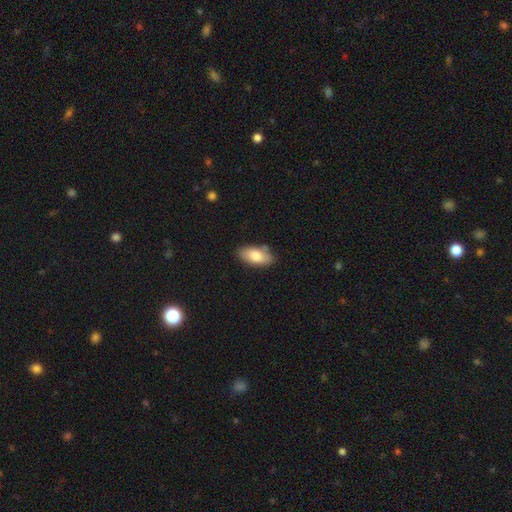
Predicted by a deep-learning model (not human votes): Q: Smooth or featured?
A: smooth (80%); runner-up: featured or disk (13%)
Q: How rounded?
A: in between (91%); runner-up: cigar-shaped (6%)
Q: Merging?
A: none (80%); runner-up: minor disturbance (14%)